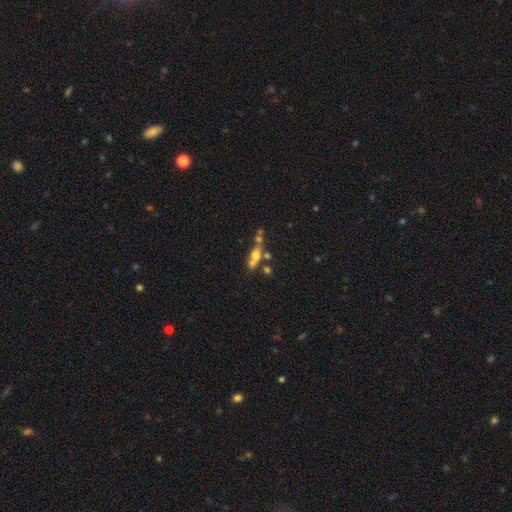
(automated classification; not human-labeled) smooth_or_featured: smooth (p=0.51) [alt: featured or disk p=0.35]
how_rounded: in between (p=0.55) [alt: round p=0.26]
merging: merger (p=0.43) [alt: none p=0.37]